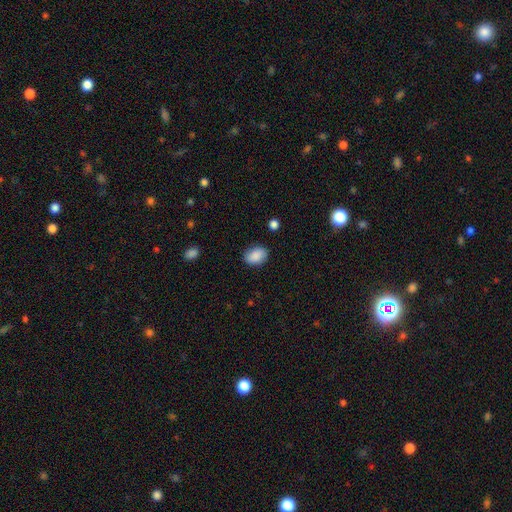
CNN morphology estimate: A smooth galaxy with no disk features (88%) that is in between round and cigar-shaped (77%). Merging: none (83%).